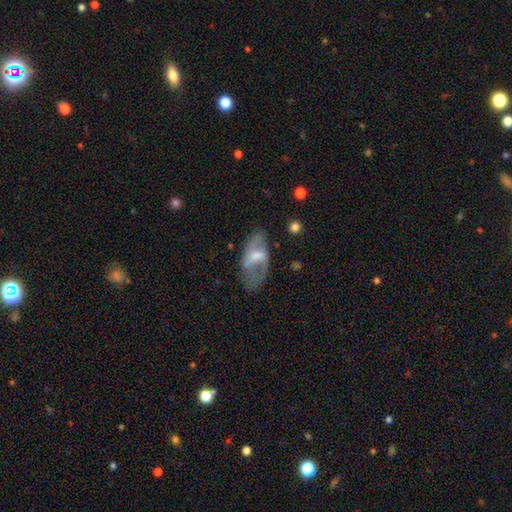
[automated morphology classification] Q: Smooth or featured?
A: featured or disk (53%); runner-up: smooth (40%)
Q: Edge-on disk?
A: no (89%); runner-up: yes (11%)
Q: Merging?
A: none (48%); runner-up: minor disturbance (26%)